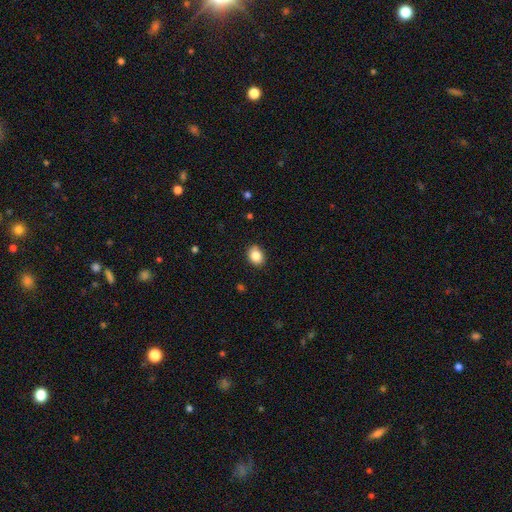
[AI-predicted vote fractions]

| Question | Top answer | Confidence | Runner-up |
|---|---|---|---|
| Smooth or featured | smooth | 85% | star or artifact (9%) |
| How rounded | in between | 54% | round (45%) |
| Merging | none | 86% | minor disturbance (11%) |